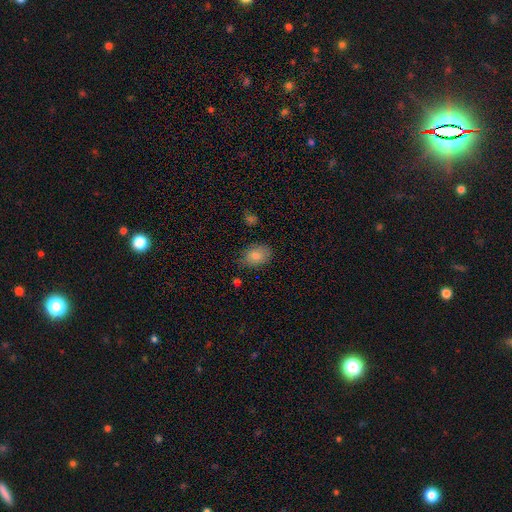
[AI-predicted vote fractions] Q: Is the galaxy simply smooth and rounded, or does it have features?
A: smooth — 84%.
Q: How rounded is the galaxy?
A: in between — 77%.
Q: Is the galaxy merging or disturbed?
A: none — 78%.